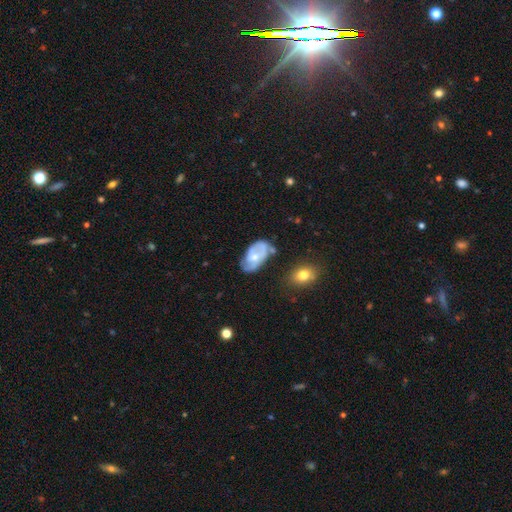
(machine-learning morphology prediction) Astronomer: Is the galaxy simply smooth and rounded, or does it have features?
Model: featured or disk — 59%.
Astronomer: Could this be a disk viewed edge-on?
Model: no — 95%.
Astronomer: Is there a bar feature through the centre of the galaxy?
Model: no — 62%.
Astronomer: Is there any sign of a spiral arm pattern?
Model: yes — 66%.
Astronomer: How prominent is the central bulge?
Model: moderate — 52% (runner-up: small, 40%).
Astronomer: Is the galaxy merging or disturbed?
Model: none — 50% (runner-up: minor disturbance, 31%).